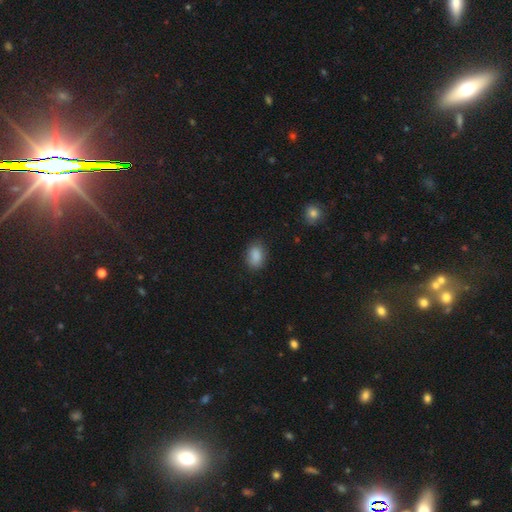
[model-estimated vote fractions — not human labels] Smooth or featured? Predicted: smooth (p=0.88). How rounded? Predicted: in between (p=0.82). Merging? Predicted: none (p=0.81).